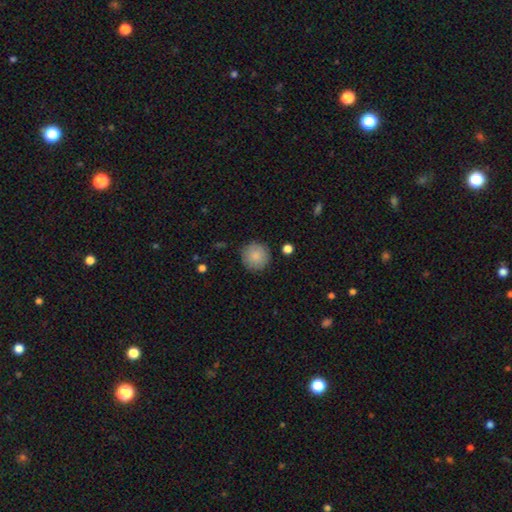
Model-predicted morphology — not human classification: Overall: smooth (87%). How rounded: round (95%). Merging: none (89%).